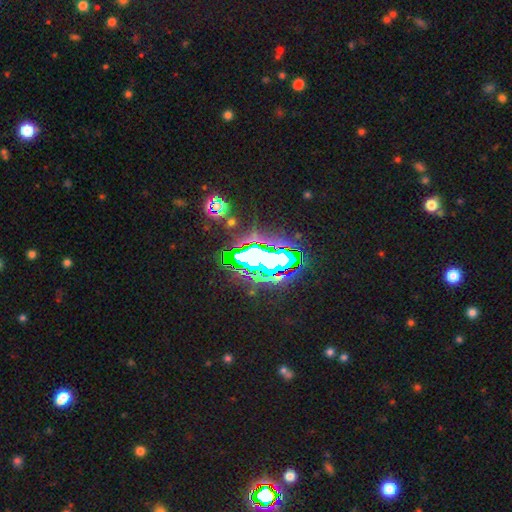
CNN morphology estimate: Smooth or featured?
  - star or artifact: 64% *
  - featured or disk: 20%
  - smooth: 16%